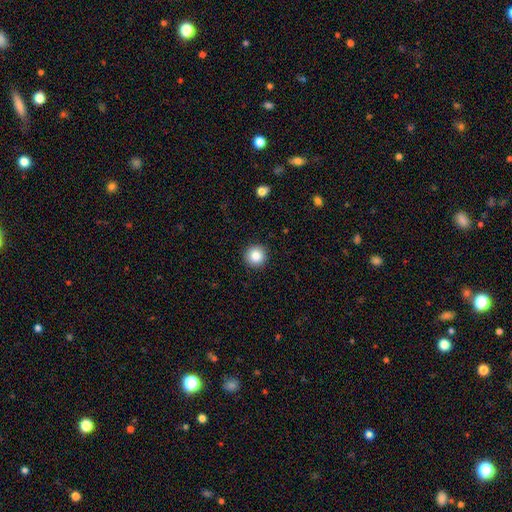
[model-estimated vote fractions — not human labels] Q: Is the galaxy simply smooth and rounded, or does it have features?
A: smooth — 85%.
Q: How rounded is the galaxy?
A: round — 96%.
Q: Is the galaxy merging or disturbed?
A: none — 93%.